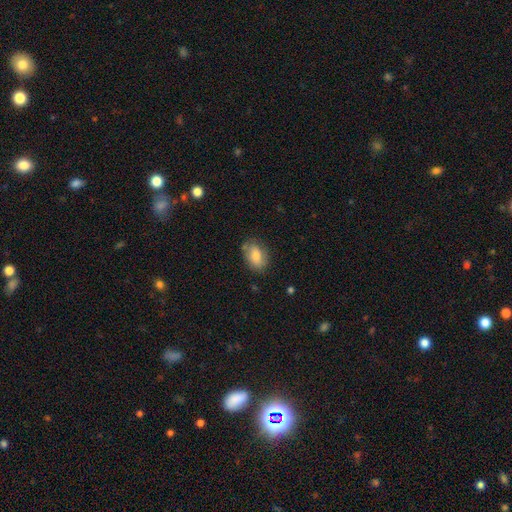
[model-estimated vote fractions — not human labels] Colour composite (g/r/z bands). It shows a smooth galaxy with no disk features (78%) that is in between round and cigar-shaped (88%). Merging: none (76%).